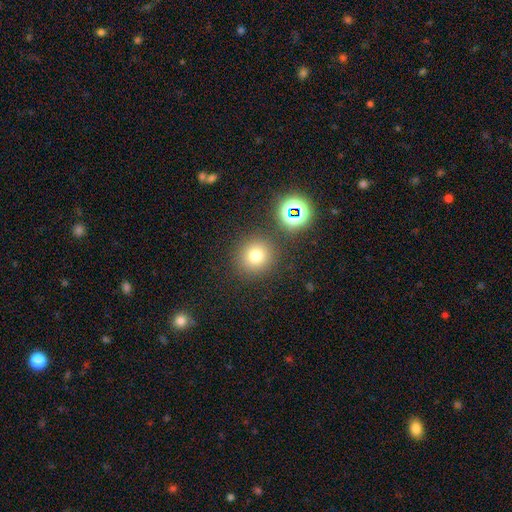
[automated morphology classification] smooth_or_featured: smooth (p=0.74) [alt: star or artifact p=0.18]
how_rounded: round (p=0.92) [alt: in between p=0.07]
merging: none (p=0.84) [alt: minor disturbance p=0.07]